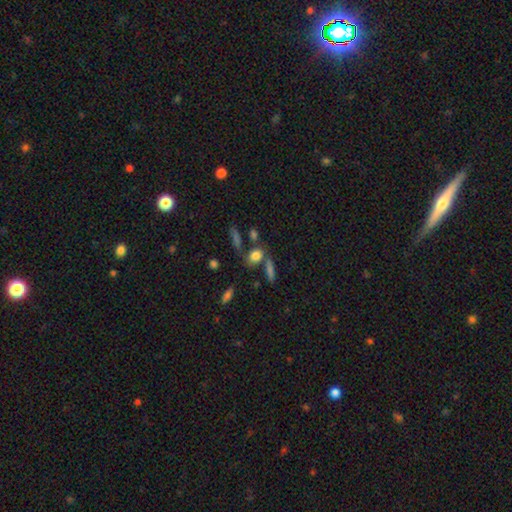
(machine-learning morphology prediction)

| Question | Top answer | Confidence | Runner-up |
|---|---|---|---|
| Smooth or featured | smooth | 78% | star or artifact (12%) |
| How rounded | in between | 62% | round (30%) |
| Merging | none | 60% | merger (20%) |